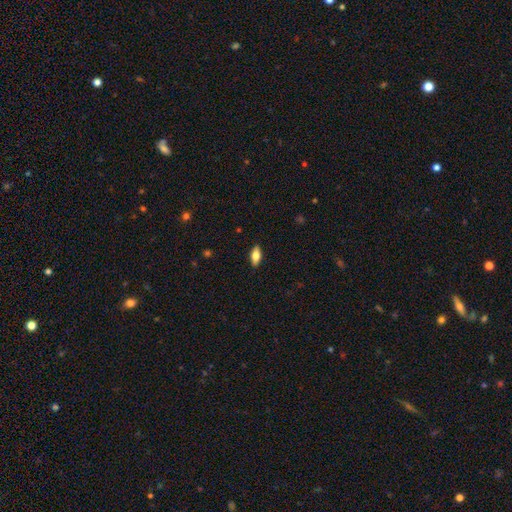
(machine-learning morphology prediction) Overall: smooth (72%). How rounded: in between (85%). Merging: none (88%).